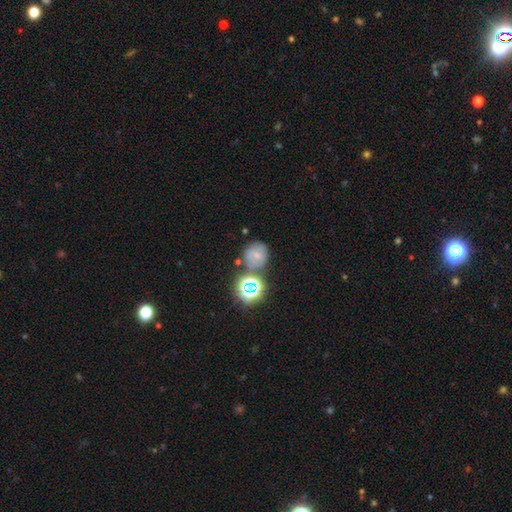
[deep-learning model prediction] This appears to be a smooth galaxy with no disk features (50%). Merging: none (61%).